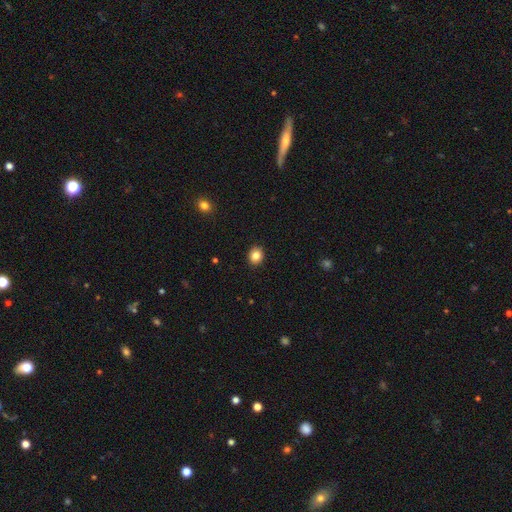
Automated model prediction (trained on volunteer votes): Morphology: type=smooth (84%); roundness=round (70%); merging=none (91%).